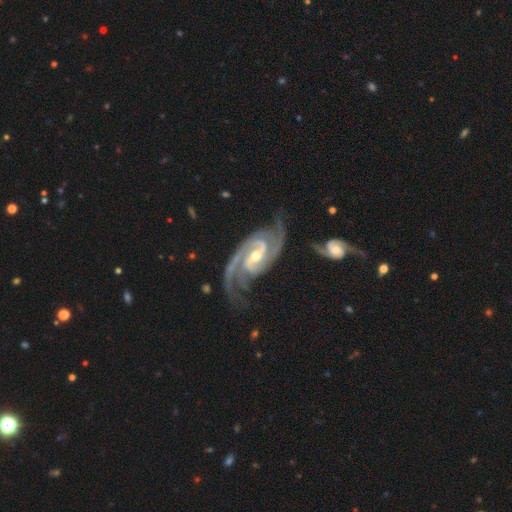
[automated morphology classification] smooth-or-featured: featured or disk: 94% | star or artifact: 4% | smooth: 2%
  disk-edge-on: no: 97% | yes: 3%
    bar: weak: 42% | strong: 38% | no: 20%
    has-spiral-arms: yes: 99% | no: 1%
      spiral-winding: medium: 51% | tight: 38% | loose: 11%
      spiral-arm-count: 2: 77% | 3: 12% | can't tell: 4% | 4: 3% | 1: 2% | more than 4: 2%
    bulge-size: moderate: 54% | small: 42% | large: 2% | none: 1% | dominant: 1%
  merging: none: 69% | minor disturbance: 18% | major disturbance: 8% | merger: 5%